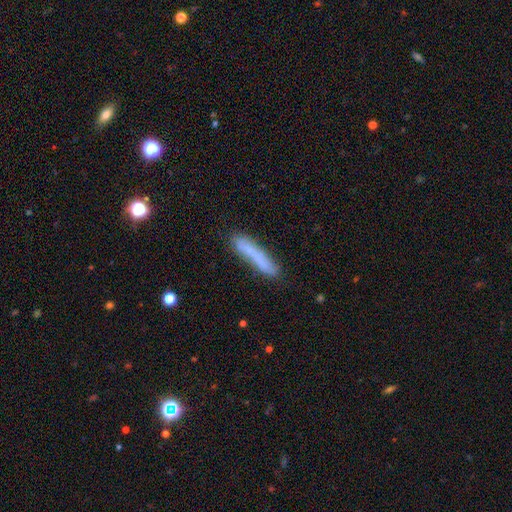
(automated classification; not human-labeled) smooth_or_featured: smooth (p=0.64) [alt: featured or disk p=0.27]
how_rounded: cigar-shaped (p=0.92) [alt: in between p=0.07]
merging: none (p=0.75) [alt: minor disturbance p=0.17]